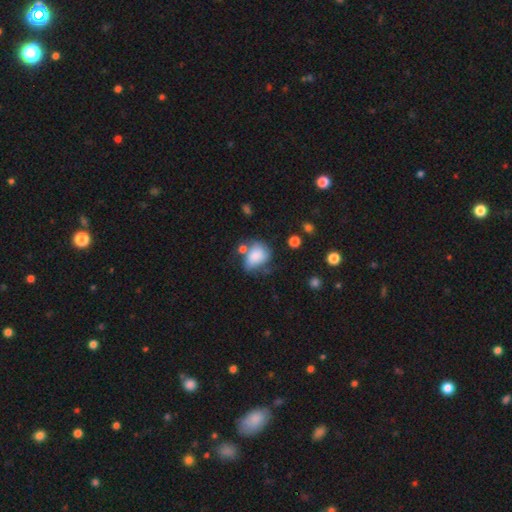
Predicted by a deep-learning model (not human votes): Smooth or featured: smooth — 75% (featured or disk — 17%)
How rounded: in between — 62% (round — 36%)
Merging: none — 34% (minor disturbance — 30%)